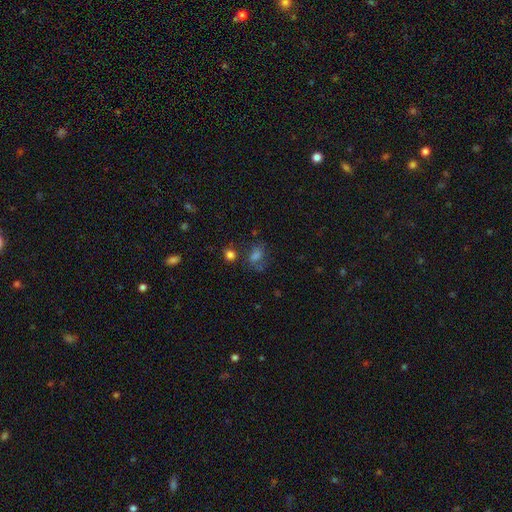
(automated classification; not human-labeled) Smooth or featured? Predicted: smooth (p=0.50). Merging? Predicted: none (p=0.55).